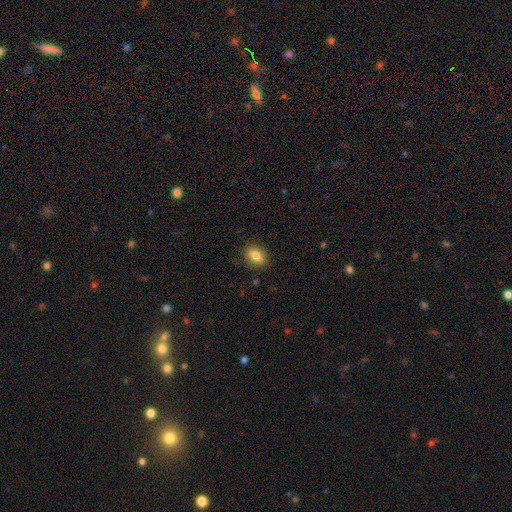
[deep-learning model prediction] Smooth or featured? Predicted: smooth (p=0.83). How rounded? Predicted: in between (p=0.76). Merging? Predicted: none (p=0.86).